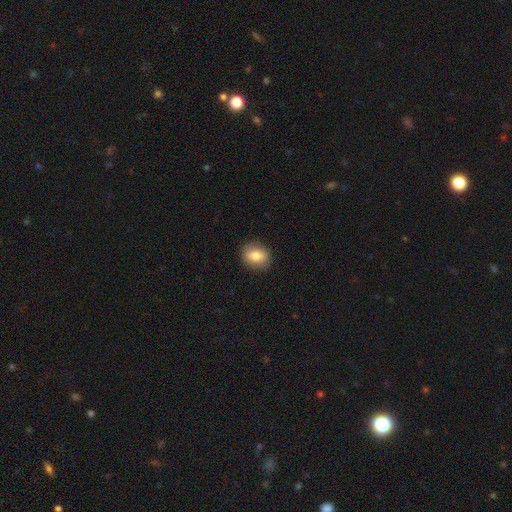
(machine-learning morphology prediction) This appears to be a smooth galaxy with no disk features (79%) that is in between round and cigar-shaped (51%). Merging: none (88%).